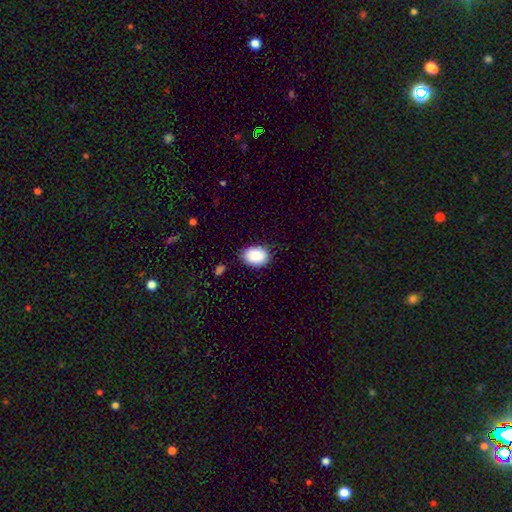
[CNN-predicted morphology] smooth_or_featured: smooth (p=0.88) [alt: star or artifact p=0.07]
how_rounded: in between (p=0.81) [alt: round p=0.18]
merging: none (p=0.81) [alt: minor disturbance p=0.15]